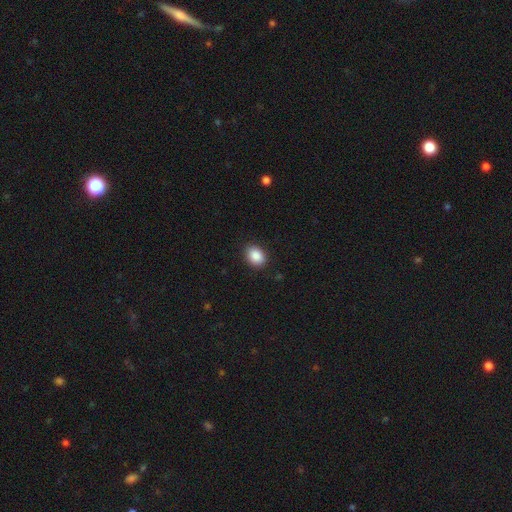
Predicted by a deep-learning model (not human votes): Smooth or featured: smooth — 88% (star or artifact — 8%)
How rounded: in between — 62% (round — 37%)
Merging: none — 89% (minor disturbance — 8%)